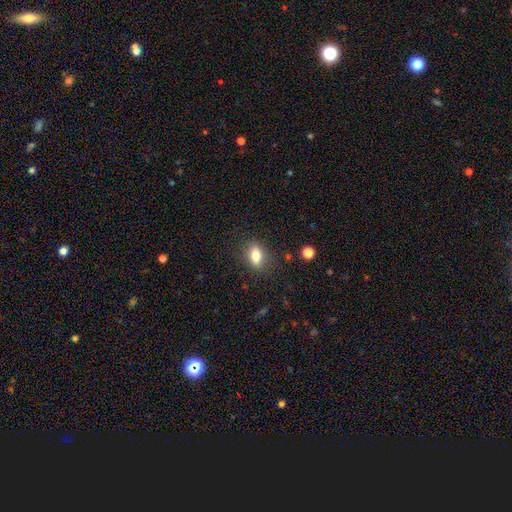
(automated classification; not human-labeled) smooth 77%, featured or disk 14%, star or artifact 9%. Down the decision tree: how rounded — in between (79%); merging — none (83%).